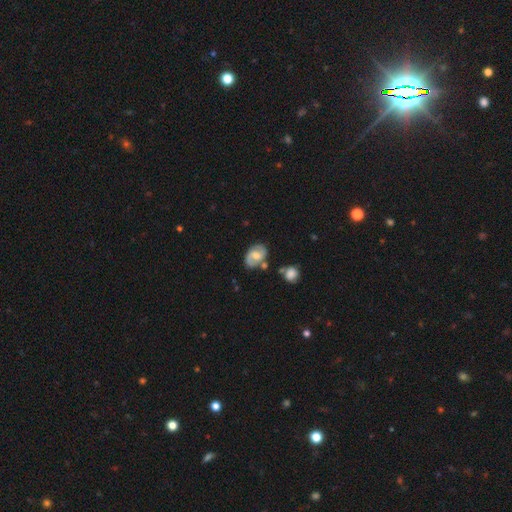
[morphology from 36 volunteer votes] featured or disk 53%, smooth 42%, star or artifact 6%. Down the decision tree: edge-on disk — no (95%); bar — no (50%); spiral arms — yes (78%); spiral arm count — 2 (93%); spiral winding — tight (43%); bulge size — moderate (61%); merging — none (74%).